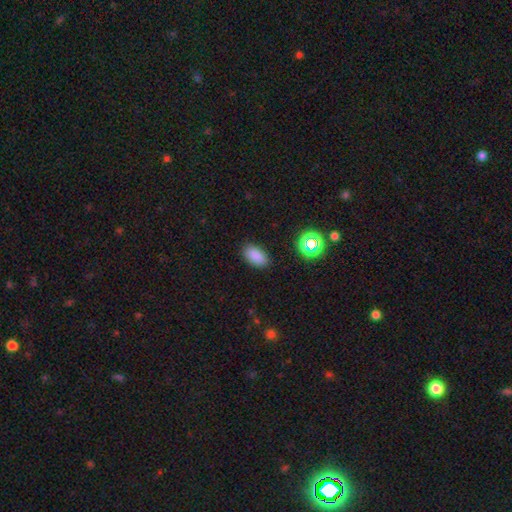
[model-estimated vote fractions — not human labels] Smooth or featured? smooth (84%)
How rounded? in between (92%)
Merging? none (88%)